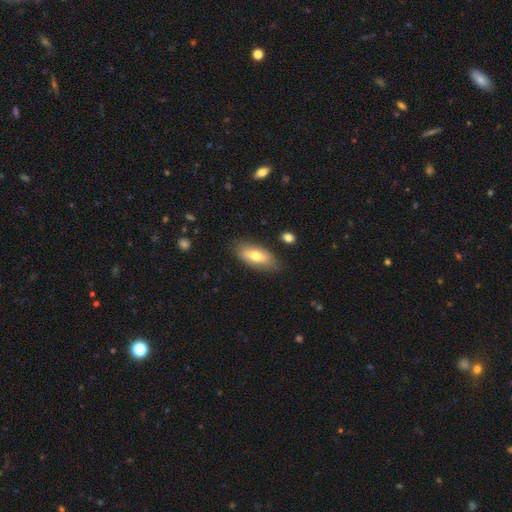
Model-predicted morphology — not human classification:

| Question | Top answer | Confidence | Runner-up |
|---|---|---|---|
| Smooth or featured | smooth | 69% | featured or disk (24%) |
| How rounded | in between | 85% | cigar-shaped (11%) |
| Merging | none | 80% | minor disturbance (14%) |